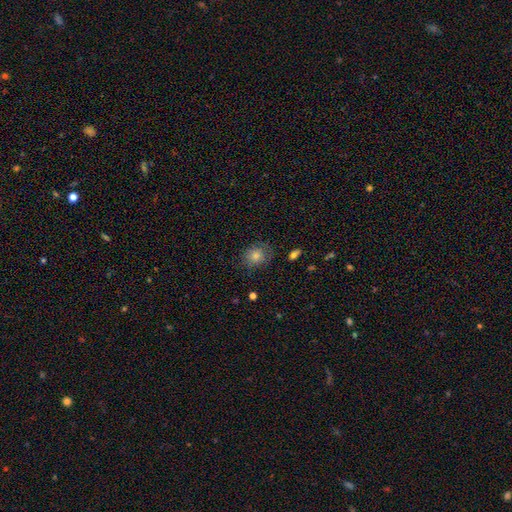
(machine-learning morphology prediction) This is likely a smooth galaxy (68%). How rounded: likely round (72%). Merging: likely none (77%).